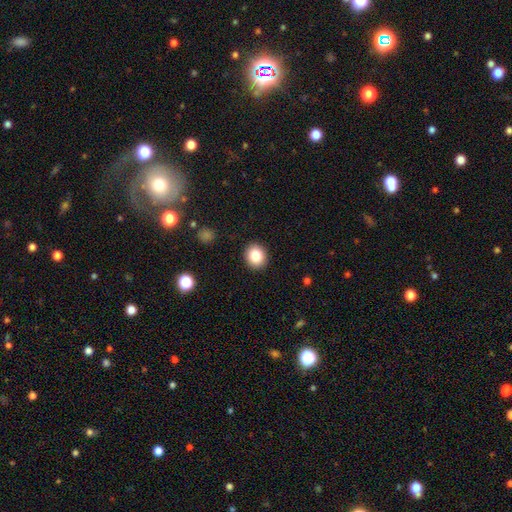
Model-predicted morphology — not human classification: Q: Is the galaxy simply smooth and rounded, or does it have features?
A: smooth — 84%.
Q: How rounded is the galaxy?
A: round — 76%.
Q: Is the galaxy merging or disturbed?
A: none — 91%.